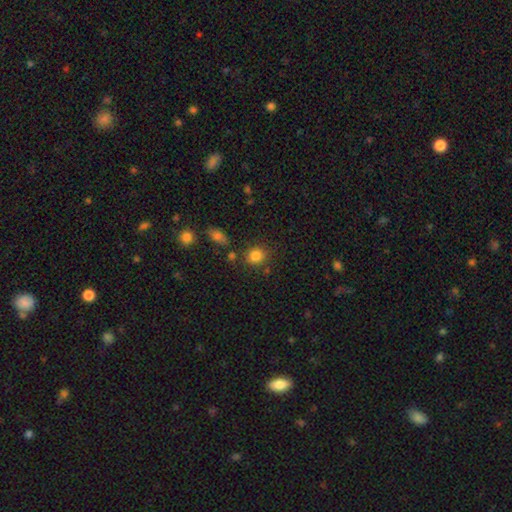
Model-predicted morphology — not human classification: smooth_or_featured: smooth (p=0.84) [alt: star or artifact p=0.11]
how_rounded: round (p=0.80) [alt: in between p=0.19]
merging: none (p=0.77) [alt: minor disturbance p=0.11]